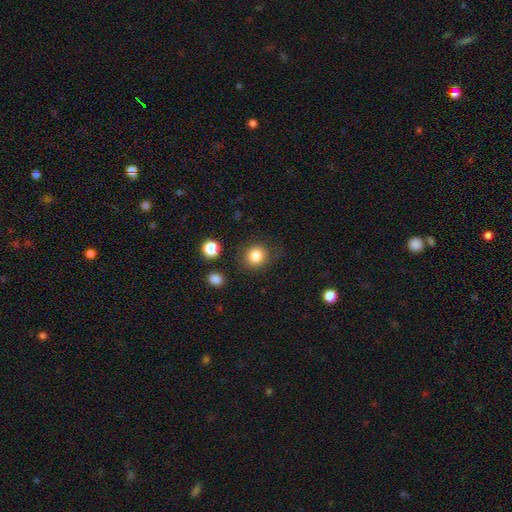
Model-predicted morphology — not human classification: Overall: smooth (83%). How rounded: round (85%). Merging: none (81%).